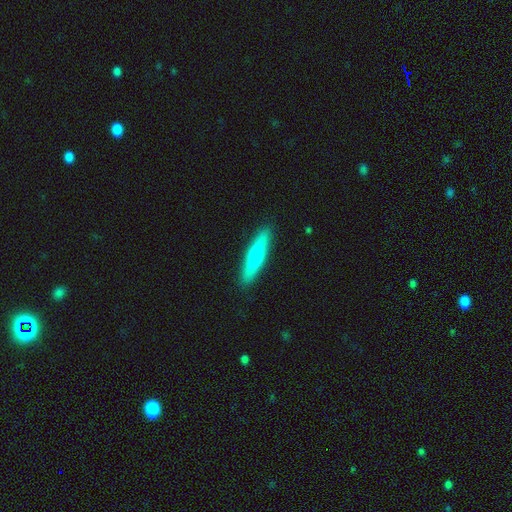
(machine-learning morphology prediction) This is possibly a smooth galaxy (53%). How rounded: clearly cigar-shaped (85%). Merging: clearly none (90%).